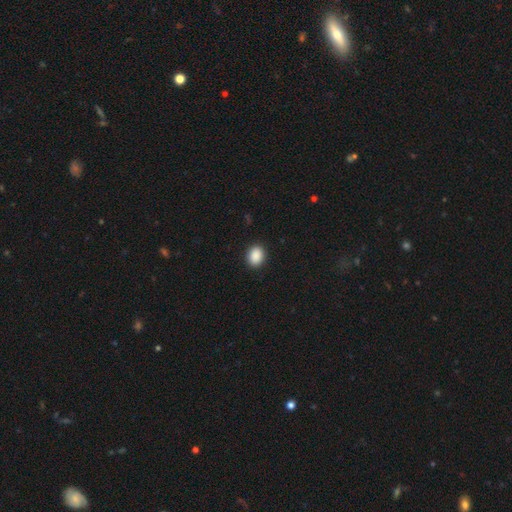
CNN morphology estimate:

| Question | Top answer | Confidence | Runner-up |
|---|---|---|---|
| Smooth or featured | smooth | 90% | star or artifact (8%) |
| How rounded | in between | 61% | round (38%) |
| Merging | none | 91% | minor disturbance (6%) |